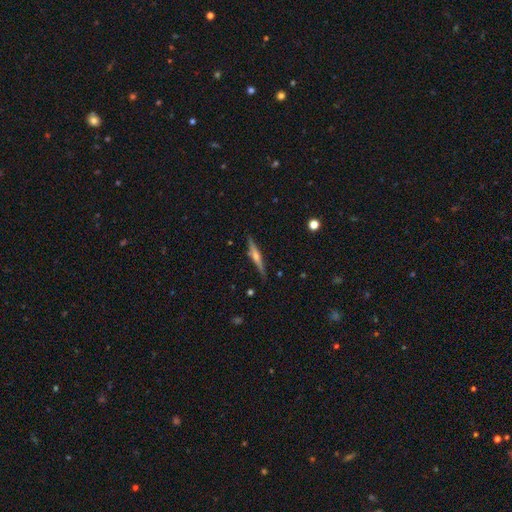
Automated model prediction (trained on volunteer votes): Smooth or featured? featured or disk (70%)
Edge-on disk? yes (97%)
Edge-on bulge? rounded (81%)
Merging? none (88%)